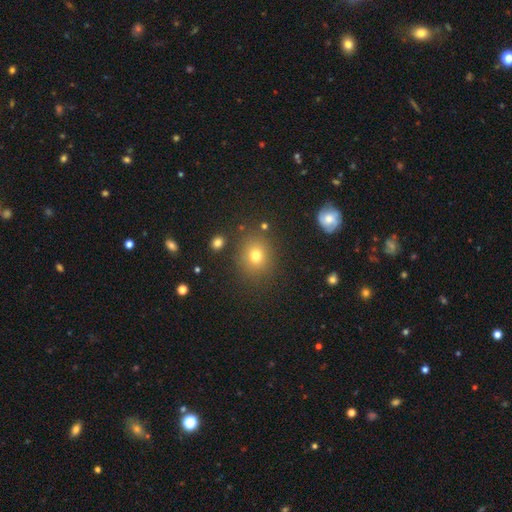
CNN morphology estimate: Overall: smooth (74%). How rounded: round (72%). Merging: none (83%).